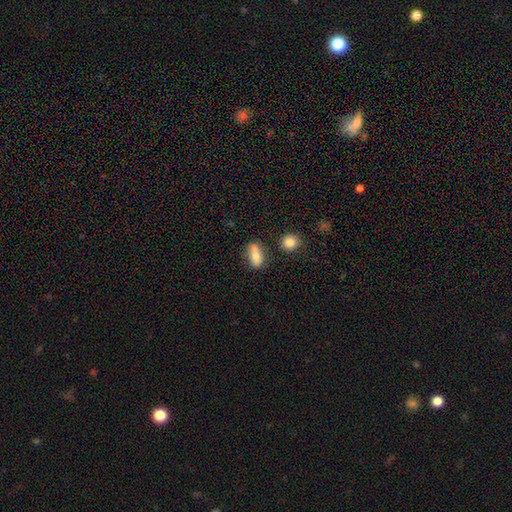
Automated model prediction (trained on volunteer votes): The model was most divided on "merging": none: 60%, minor disturbance: 18%, merger: 17%, major disturbance: 5%. More confident: how rounded — in between (76%); smooth or featured — smooth (71%).